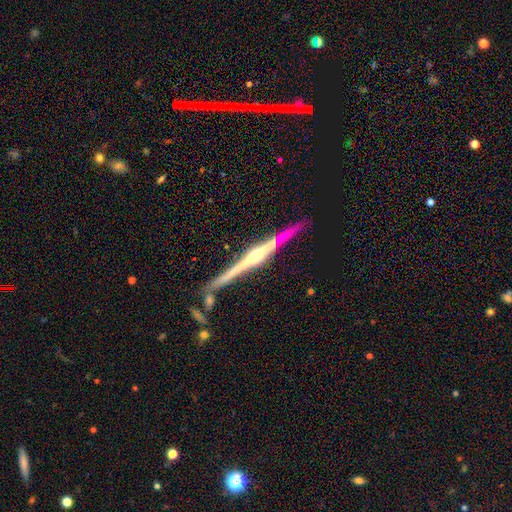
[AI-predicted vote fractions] Smooth or featured: featured or disk — 88% (smooth — 7%)
Edge-on disk: yes — 98% (no — 2%)
Edge-on bulge: rounded — 81% (boxy — 11%)
Merging: none — 85% (minor disturbance — 10%)